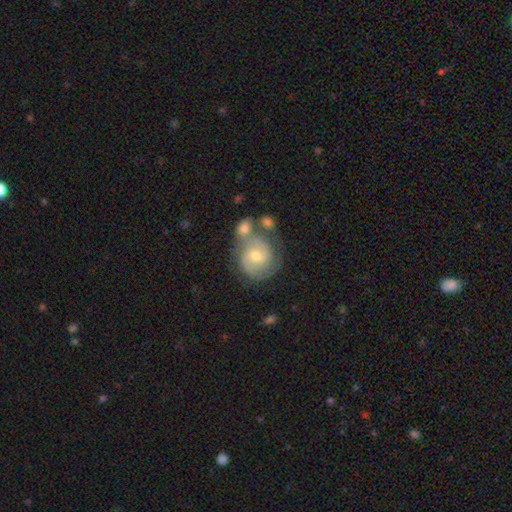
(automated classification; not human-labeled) Q: Smooth or featured?
A: featured or disk (71%); runner-up: smooth (22%)
Q: Edge-on disk?
A: no (98%); runner-up: yes (2%)
Q: Bar?
A: no (49%); runner-up: weak (43%)
Q: Spiral arms?
A: yes (92%); runner-up: no (8%)
Q: Spiral winding?
A: medium (46%); runner-up: tight (40%)
Q: Spiral arm count?
A: 2 (74%); runner-up: can't tell (12%)
Q: Bulge size?
A: moderate (53%); runner-up: small (42%)
Q: Merging?
A: none (50%); runner-up: merger (28%)